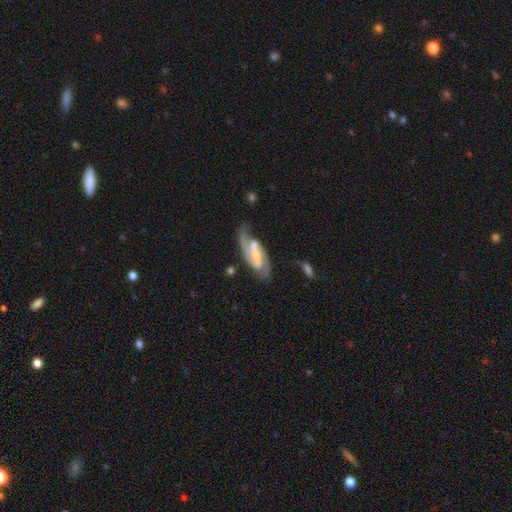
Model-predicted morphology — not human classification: Smooth or featured?
  - featured or disk: 88% *
  - smooth: 8%
  - star or artifact: 5%
Edge-on disk?
  - no: 94% *
  - yes: 6%
Bar?
  - strong: 57% *
  - weak: 32%
  - no: 11%
Spiral arms?
  - yes: 96% *
  - no: 4%
Spiral winding?
  - medium: 52% *
  - tight: 26%
  - loose: 22%
Spiral arm count?
  - 2: 90% *
  - can't tell: 3%
  - 1: 3%
  - 3: 1%
  - 4: 1%
  - more than 4: 1%
Bulge size?
  - small: 49% *
  - moderate: 37%
  - none: 10%
  - large: 3%
  - dominant: 1%
Merging?
  - none: 72% *
  - minor disturbance: 17%
  - major disturbance: 7%
  - merger: 4%